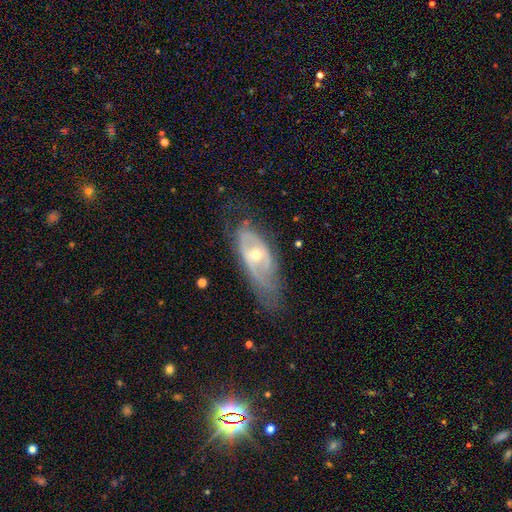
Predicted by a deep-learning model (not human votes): Smooth or featured: featured or disk — 73% (smooth — 19%)
Edge-on disk: no — 84% (yes — 16%)
Bar: no — 64% (weak — 27%)
Spiral arms: yes — 67% (no — 33%)
Bulge size: moderate — 50% (small — 47%)
Merging: none — 58% (minor disturbance — 26%)